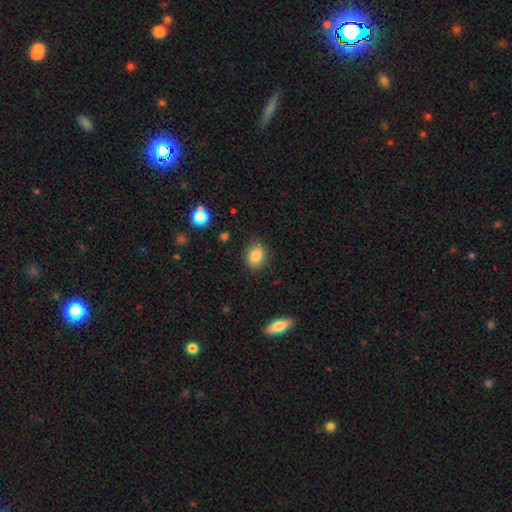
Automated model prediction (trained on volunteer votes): Overall: smooth (84%). How rounded: in between (55%; round 44%). Merging: none (86%).